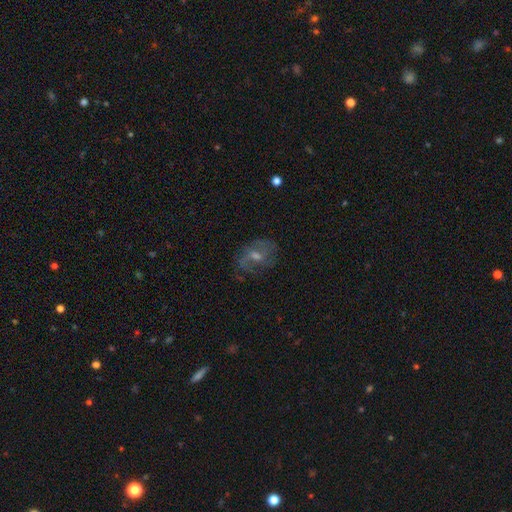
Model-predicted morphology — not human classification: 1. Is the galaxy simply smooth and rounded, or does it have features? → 63% featured or disk, 23% smooth, 14% star or artifact.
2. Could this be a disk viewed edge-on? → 96% no, 4% yes.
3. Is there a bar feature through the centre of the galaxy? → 47% no, 44% weak, 10% strong.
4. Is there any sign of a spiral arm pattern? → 80% yes, 20% no.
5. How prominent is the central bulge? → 54% moderate, 37% small, 4% none, 4% large, 1% dominant.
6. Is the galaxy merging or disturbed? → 67% none, 20% minor disturbance, 12% major disturbance, 2% merger.